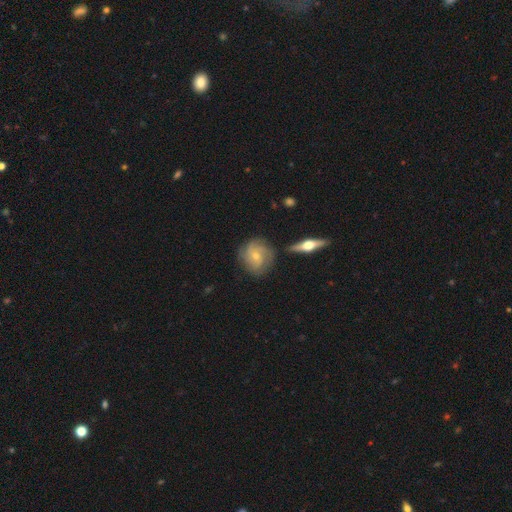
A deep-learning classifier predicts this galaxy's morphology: smooth_or_featured: featured or disk (p=0.73) [alt: smooth p=0.21]
disk_edge_on: no (p=0.95) [alt: yes p=0.05]
bar: no (p=0.71) [alt: weak p=0.25]
has_spiral_arms: yes (p=0.91) [alt: no p=0.09]
spiral_winding: tight (p=0.53) [alt: medium p=0.35]
spiral_arm_count: 3 (p=0.33) [alt: can't tell p=0.23]
bulge_size: small (p=0.65) [alt: moderate p=0.31]
merging: none (p=0.74) [alt: minor disturbance p=0.17]